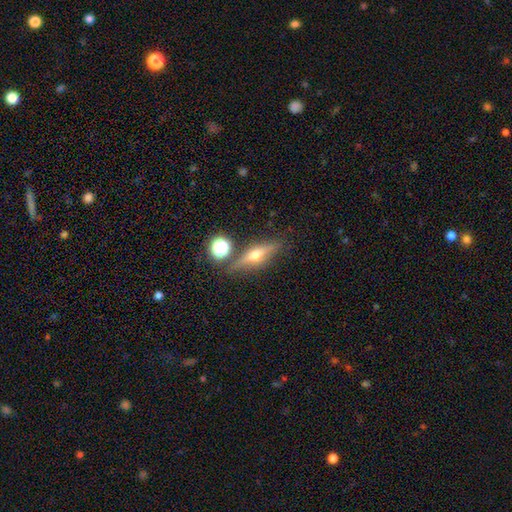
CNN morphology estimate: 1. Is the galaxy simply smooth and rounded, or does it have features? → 66% featured or disk, 23% smooth, 11% star or artifact.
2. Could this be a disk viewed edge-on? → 93% yes, 7% no.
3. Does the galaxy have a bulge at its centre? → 95% rounded, 3% boxy, 2% none.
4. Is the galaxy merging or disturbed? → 82% none, 10% minor disturbance, 5% merger, 3% major disturbance.